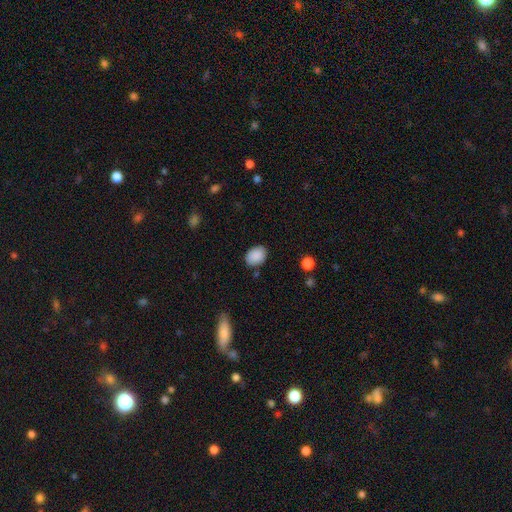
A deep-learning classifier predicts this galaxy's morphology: smooth-or-featured: smooth: 88% | star or artifact: 7% | featured or disk: 4%
  how-rounded: in between: 71% | round: 28% | cigar-shaped: 1%
  merging: none: 82% | minor disturbance: 13% | major disturbance: 3% | merger: 2%